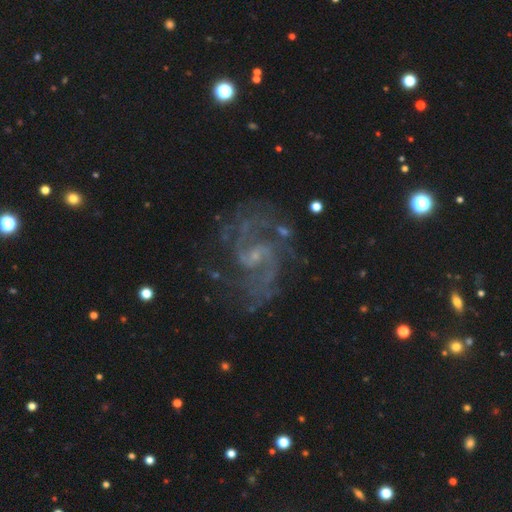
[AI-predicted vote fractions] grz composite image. It shows a featured or disk galaxy (90%) with a weak bar (51%), 2 (72%) medium (57%) spiral arms (97%) and a small central bulge (73%). Merging: none (67%).